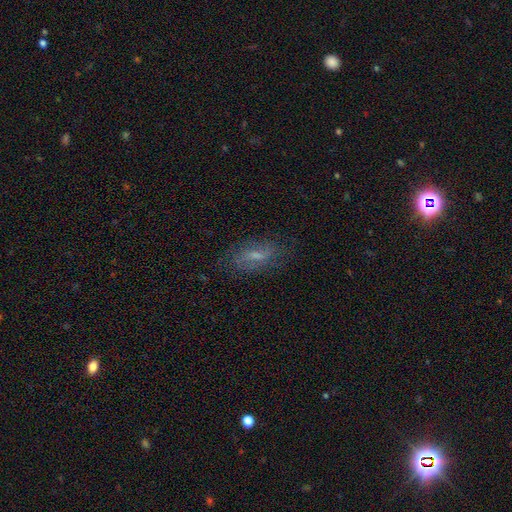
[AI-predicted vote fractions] The model was most divided on "smooth or featured": featured or disk: 47%, smooth: 41%, star or artifact: 12%. More confident: merging — none (74%).